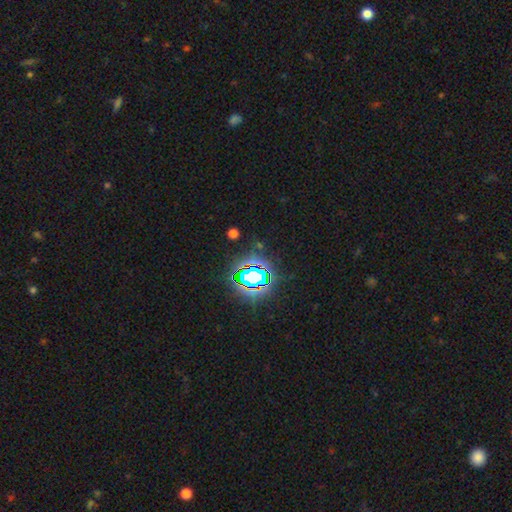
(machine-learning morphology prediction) Smooth or featured?
  - star or artifact: 81% *
  - smooth: 12%
  - featured or disk: 7%